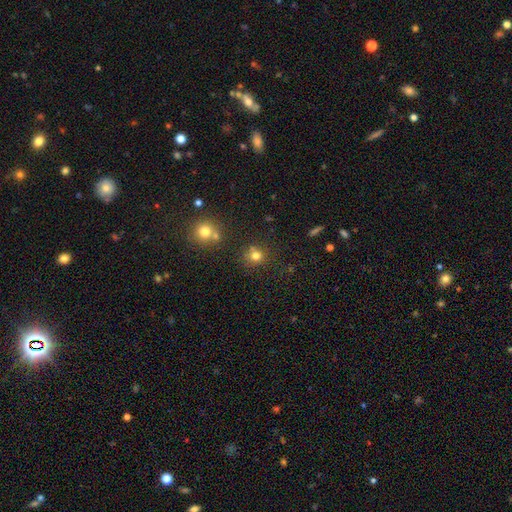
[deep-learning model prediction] A smooth galaxy with no disk features (76%) that is round (86%). Merging: none (69%).